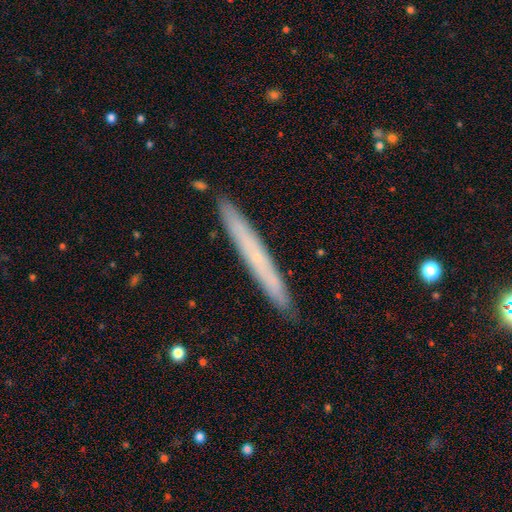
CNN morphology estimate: Smooth or featured? Predicted: featured or disk (p=0.48). Merging? Predicted: none (p=0.90).